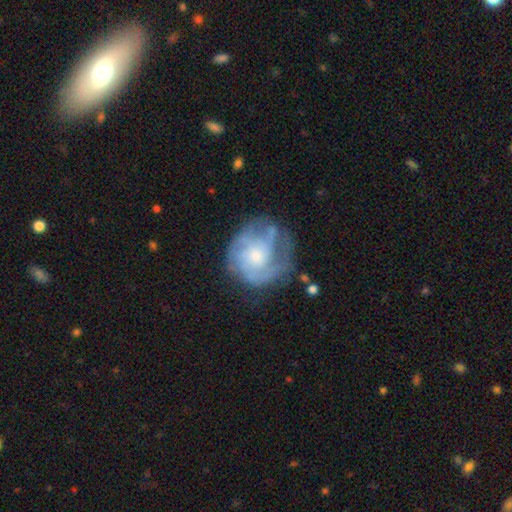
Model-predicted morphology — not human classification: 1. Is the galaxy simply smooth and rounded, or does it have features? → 68% featured or disk, 25% smooth, 8% star or artifact.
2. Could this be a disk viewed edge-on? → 98% no, 2% yes.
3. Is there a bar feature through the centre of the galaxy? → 77% no, 20% weak, 3% strong.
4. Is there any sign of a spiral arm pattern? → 78% yes, 22% no.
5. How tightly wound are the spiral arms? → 49% tight, 35% medium, 17% loose.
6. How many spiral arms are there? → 43% can't tell, 21% 3, 16% 2, 9% 4, 7% 1, 5% more than 4.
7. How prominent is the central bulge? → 44% moderate, 43% small, 6% large, 6% none, 1% dominant.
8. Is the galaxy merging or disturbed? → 56% none, 23% minor disturbance, 18% major disturbance, 2% merger.